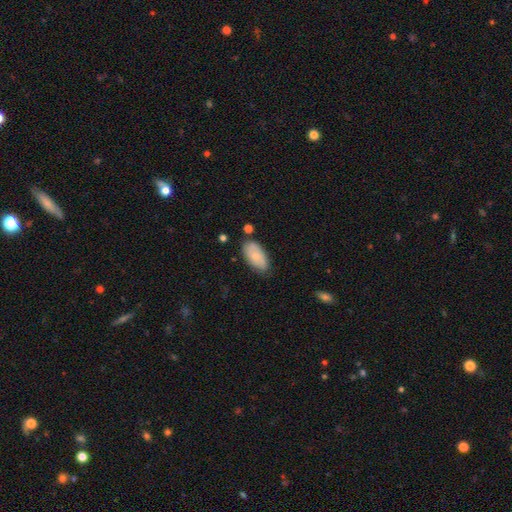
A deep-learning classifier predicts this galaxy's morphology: Smooth or featured? Predicted: smooth (p=0.74). How rounded? Predicted: in between (p=0.94). Merging? Predicted: none (p=0.74).